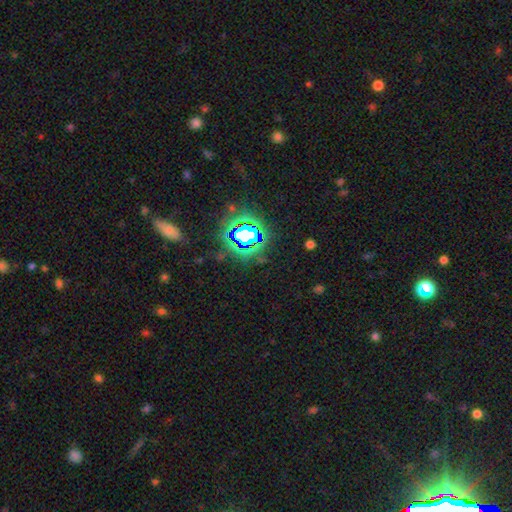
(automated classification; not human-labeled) Morphology: type=star or artifact (80%).